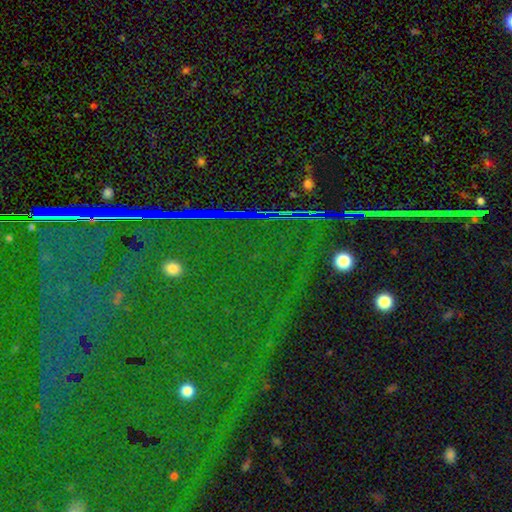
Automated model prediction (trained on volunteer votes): A star or artifact, not a galaxy (86%).